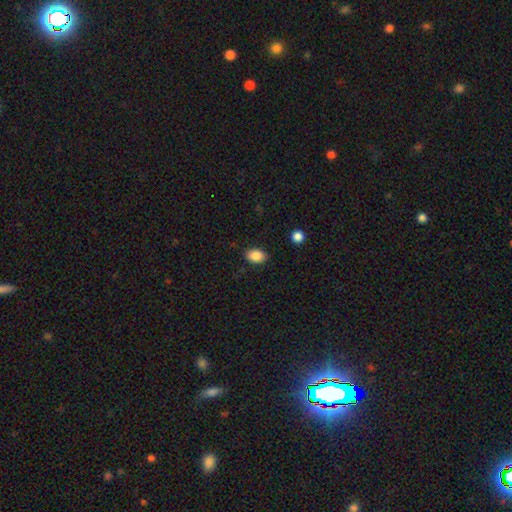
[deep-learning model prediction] smooth_or_featured: smooth (p=0.88) [alt: star or artifact p=0.08]
how_rounded: in between (p=0.83) [alt: round p=0.16]
merging: none (p=0.86) [alt: minor disturbance p=0.10]